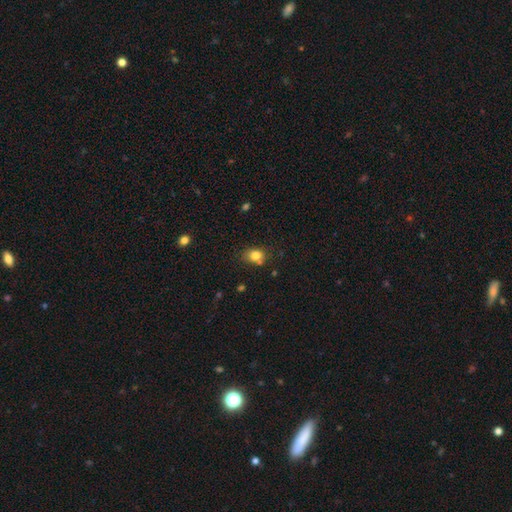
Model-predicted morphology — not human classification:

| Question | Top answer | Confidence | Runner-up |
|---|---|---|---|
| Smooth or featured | smooth | 80% | star or artifact (12%) |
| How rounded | in between | 50% | round (49%) |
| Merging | none | 66% | minor disturbance (18%) |